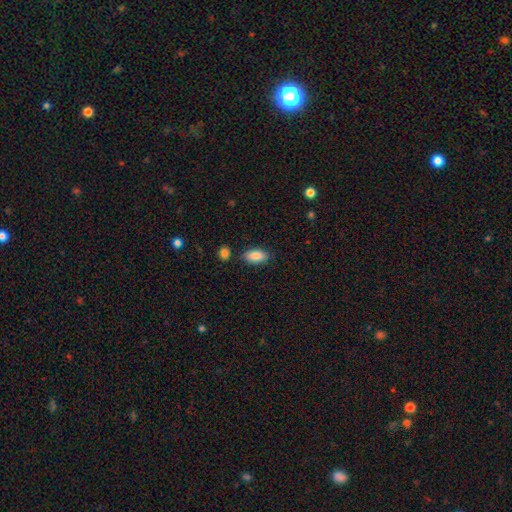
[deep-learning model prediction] The model was most divided on "merging": none: 81%, minor disturbance: 12%, merger: 4%, major disturbance: 3%. More confident: how rounded — in between (92%); smooth or featured — smooth (88%).